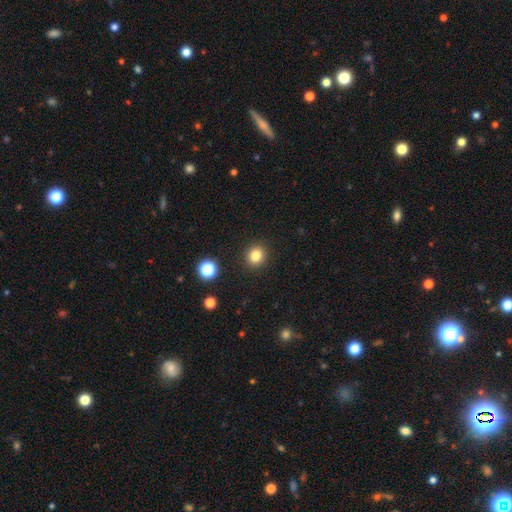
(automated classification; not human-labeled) smooth 82%, star or artifact 12%, featured or disk 5%. Down the decision tree: how rounded — round (82%); merging — none (90%).